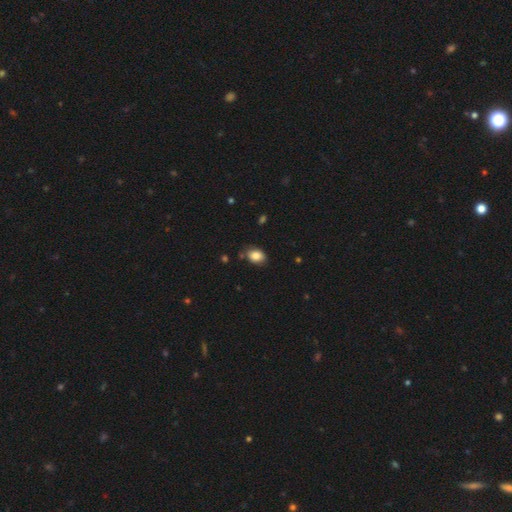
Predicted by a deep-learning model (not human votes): Smooth or featured? smooth (85%)
How rounded? in between (71%)
Merging? none (77%)